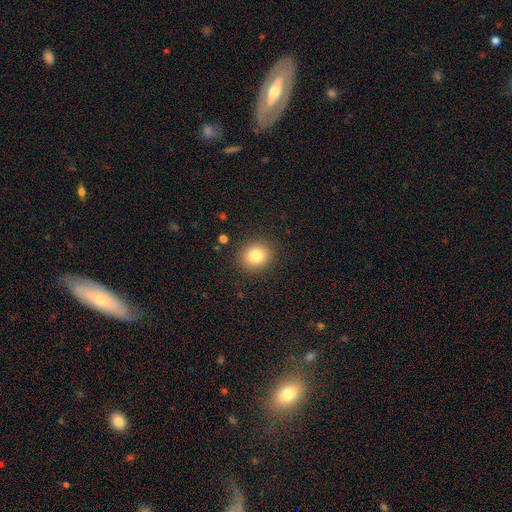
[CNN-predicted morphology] Smooth or featured? smooth (81%)
How rounded? round (80%)
Merging? none (89%)